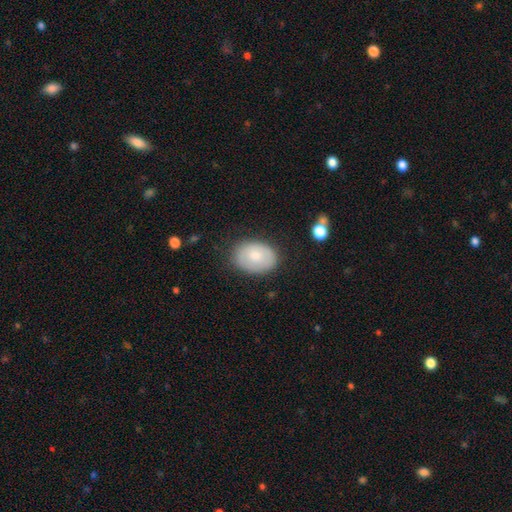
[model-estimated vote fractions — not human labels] The model was most divided on "smooth or featured": smooth: 72%, featured or disk: 21%, star or artifact: 7%. More confident: merging — none (80%); how rounded — in between (80%).